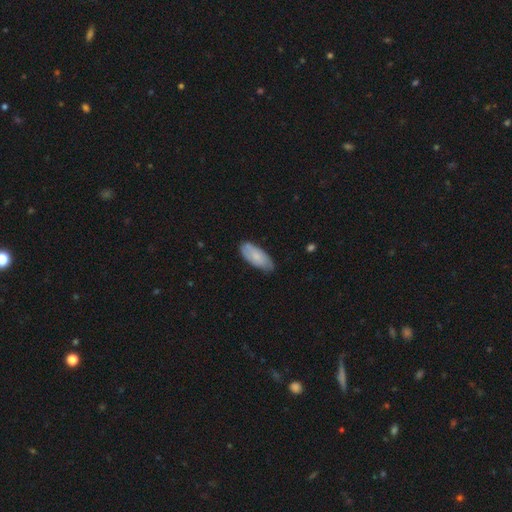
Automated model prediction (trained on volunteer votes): Q: Smooth or featured?
A: smooth (72%); runner-up: featured or disk (22%)
Q: How rounded?
A: in between (86%); runner-up: cigar-shaped (12%)
Q: Merging?
A: none (71%); runner-up: minor disturbance (24%)